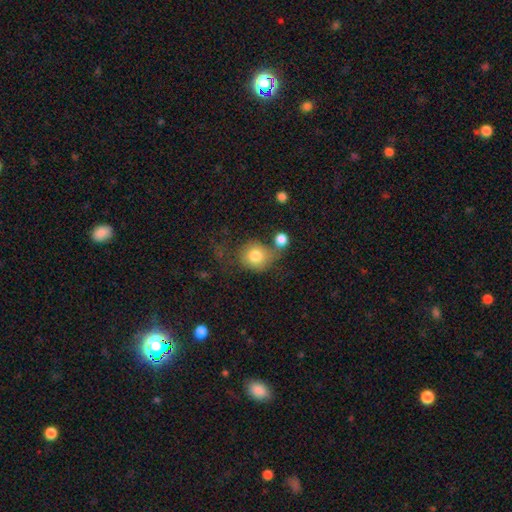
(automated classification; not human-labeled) This appears to be a smooth galaxy with no disk features (80%) that is round (82%). Merging: none (43%).